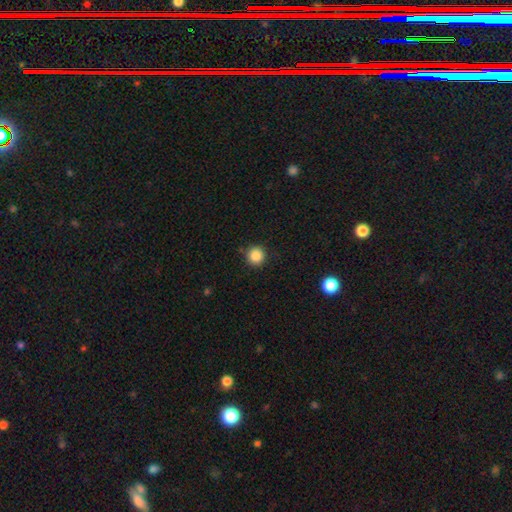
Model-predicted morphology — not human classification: This appears to be a smooth galaxy with no disk features (86%) that is round (94%). Merging: none (90%).